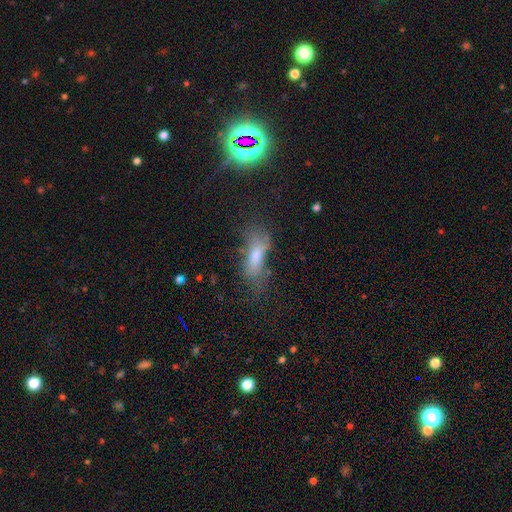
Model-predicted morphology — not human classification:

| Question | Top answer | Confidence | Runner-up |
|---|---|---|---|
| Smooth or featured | smooth | 56% | featured or disk (26%) |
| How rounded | in between | 65% | cigar-shaped (31%) |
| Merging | none | 42% | major disturbance (28%) |